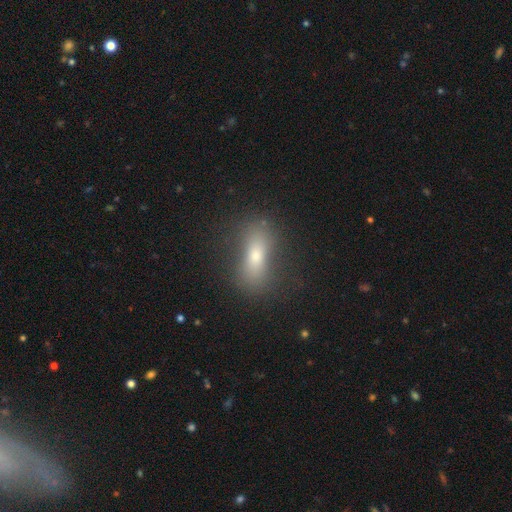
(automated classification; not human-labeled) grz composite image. It shows a smooth galaxy with no disk features (62%) that is in between round and cigar-shaped (60%). Merging: none (76%).